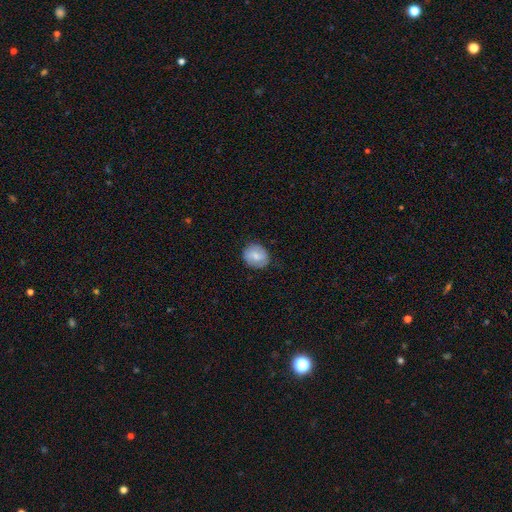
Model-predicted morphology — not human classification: Q: Smooth or featured?
A: smooth (65%); runner-up: featured or disk (28%)
Q: How rounded?
A: round (71%); runner-up: in between (28%)
Q: Merging?
A: none (81%); runner-up: minor disturbance (14%)